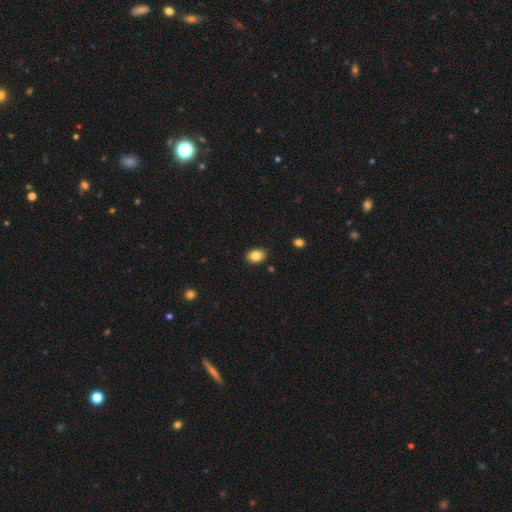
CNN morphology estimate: This is clearly a smooth galaxy (84%). How rounded: likely in between (76%). Merging: clearly none (88%).